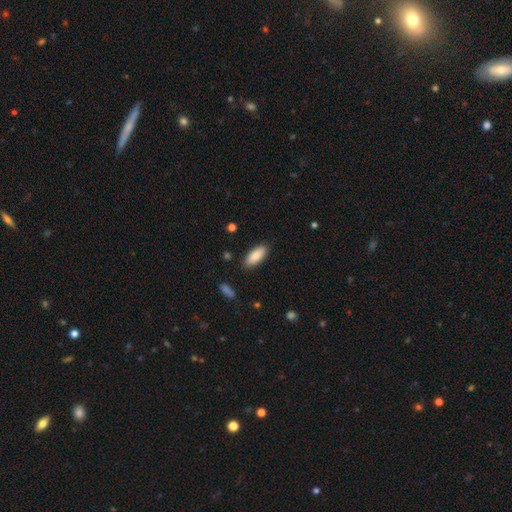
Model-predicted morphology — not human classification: Smooth or featured? Predicted: smooth (p=0.87). How rounded? Predicted: in between (p=0.81). Merging? Predicted: none (p=0.87).